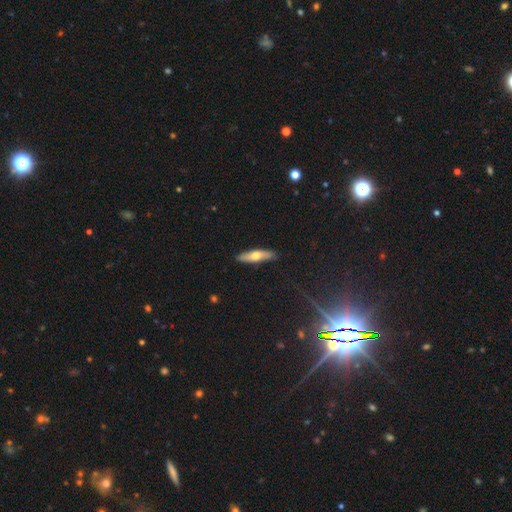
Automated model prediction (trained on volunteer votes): Morphology: type=smooth (56%); roundness=cigar-shaped (72%); merging=none (88%).